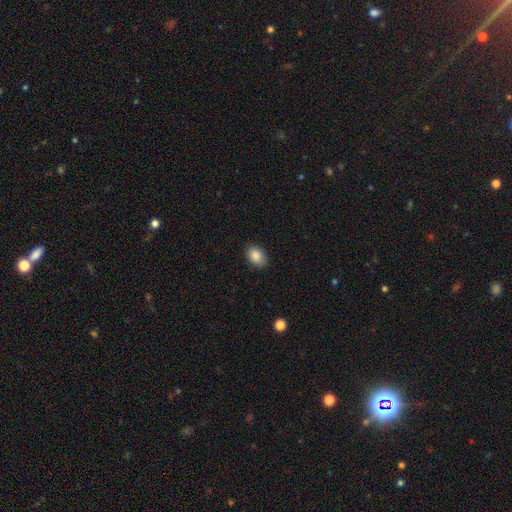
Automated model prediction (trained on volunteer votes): smooth-or-featured: smooth: 87% | star or artifact: 8% | featured or disk: 5%
  how-rounded: in between: 81% | round: 18% | cigar-shaped: 1%
  merging: none: 85% | minor disturbance: 12% | major disturbance: 2% | merger: 1%